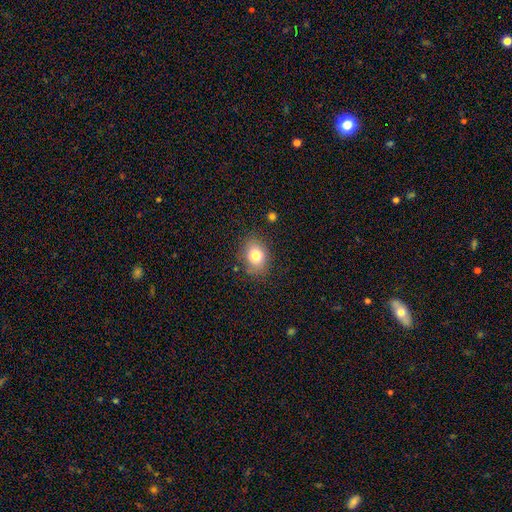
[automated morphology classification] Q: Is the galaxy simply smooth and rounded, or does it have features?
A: smooth — 79%.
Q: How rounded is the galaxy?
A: in between — 58%.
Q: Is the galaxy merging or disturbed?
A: none — 80%.